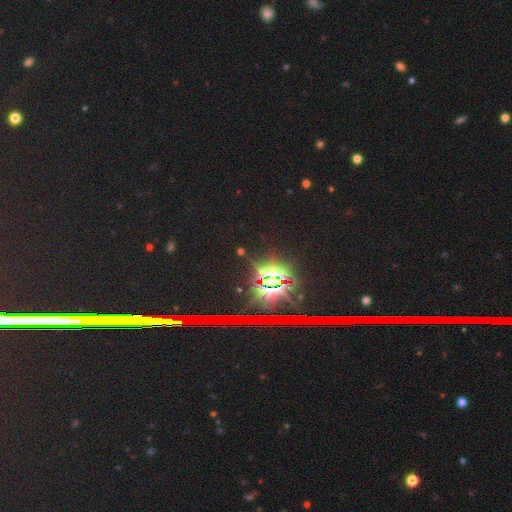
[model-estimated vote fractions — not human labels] smooth_or_featured: star or artifact (p=0.82) [alt: smooth p=0.10]